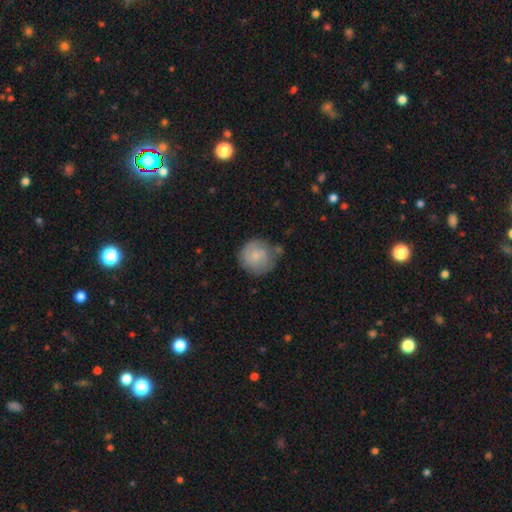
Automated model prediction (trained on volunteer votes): A smooth galaxy with no disk features (54%) that is round (91%). Merging: none (63%).